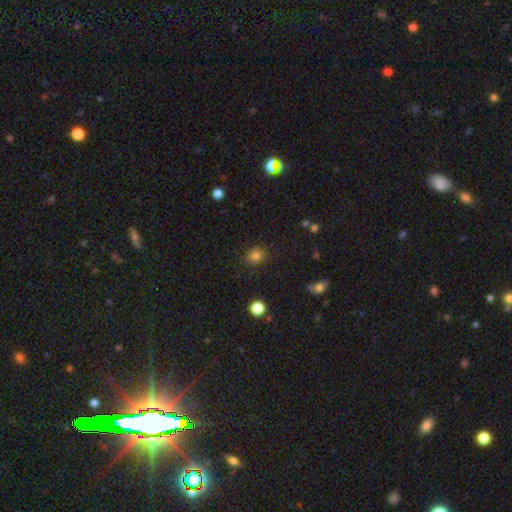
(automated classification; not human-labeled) Q: Smooth or featured?
A: smooth (81%); runner-up: star or artifact (13%)
Q: How rounded?
A: round (76%); runner-up: in between (23%)
Q: Merging?
A: none (87%); runner-up: minor disturbance (9%)